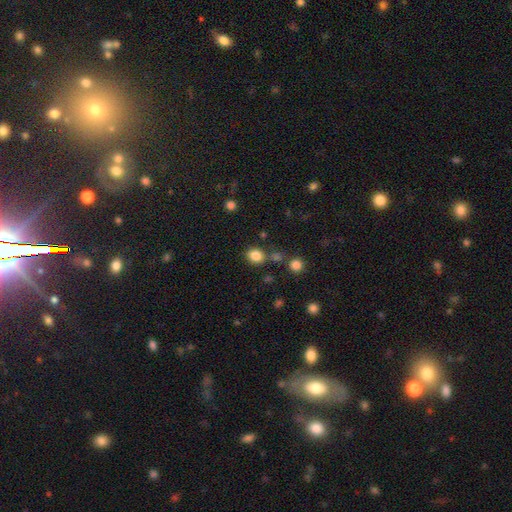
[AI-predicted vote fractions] smooth-or-featured: smooth: 83% | star or artifact: 12% | featured or disk: 5%
  how-rounded: round: 59% | in between: 40% | cigar-shaped: 1%
  merging: none: 76% | minor disturbance: 11% | merger: 9% | major disturbance: 4%